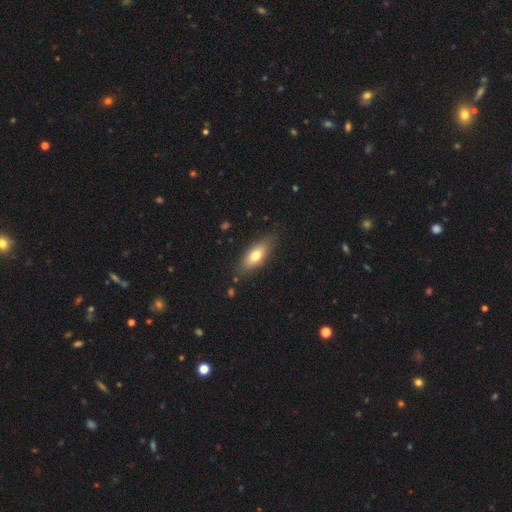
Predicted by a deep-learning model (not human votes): The model was most divided on "how rounded": in between: 71%, cigar-shaped: 26%, round: 3%. More confident: merging — none (82%); smooth or featured — smooth (71%).